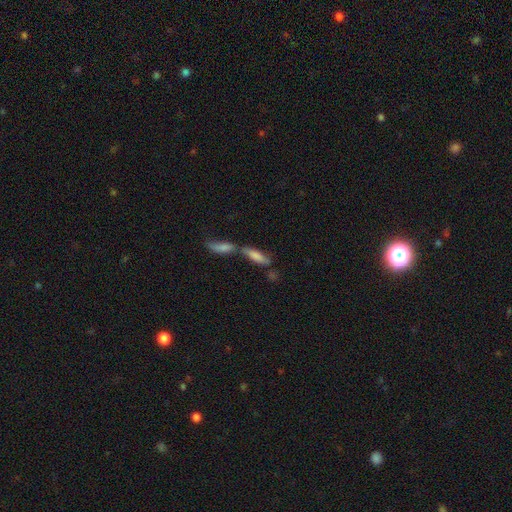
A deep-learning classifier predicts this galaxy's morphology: Overall: smooth (67%). How rounded: cigar-shaped (54%; in between 44%). Merging: merger (62%; none 25%).